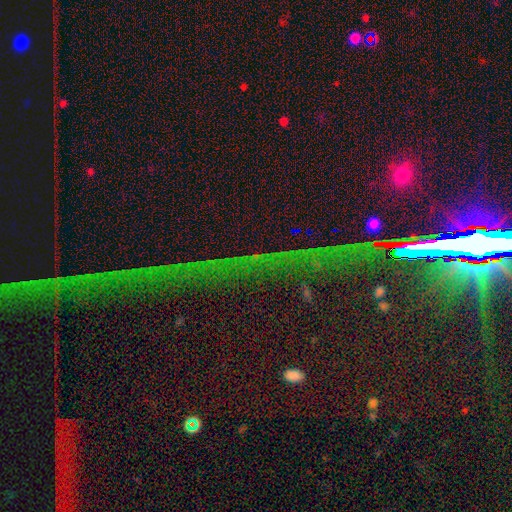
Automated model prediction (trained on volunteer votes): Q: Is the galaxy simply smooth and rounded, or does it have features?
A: star or artifact — 80%.